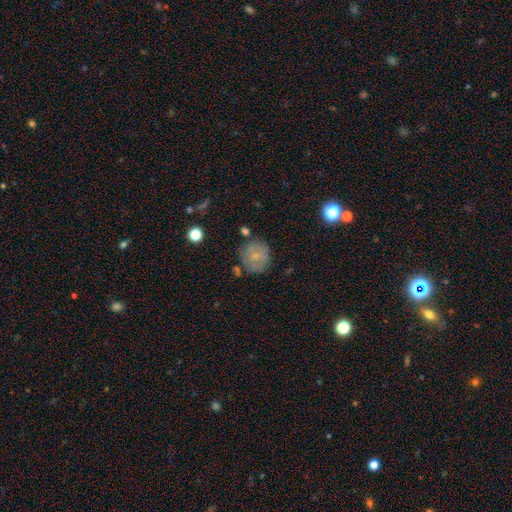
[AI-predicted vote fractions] Smooth or featured? smooth (69%)
How rounded? round (90%)
Merging? none (74%)